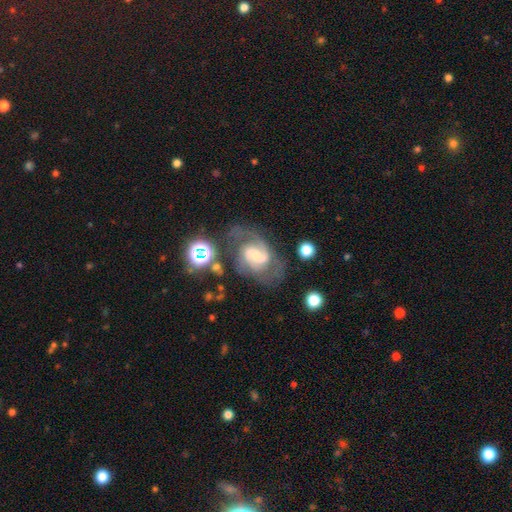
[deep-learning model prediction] The model was most divided on "bulge size": small: 51%, moderate: 34%, none: 7%, large: 6%, dominant: 1%. More confident: edge-on disk — no (98%); spiral arms — yes (95%); smooth or featured — featured or disk (82%); spiral arm count — 2 (73%); spiral winding — medium (55%); bar — weak (52%); merging — none (52%).